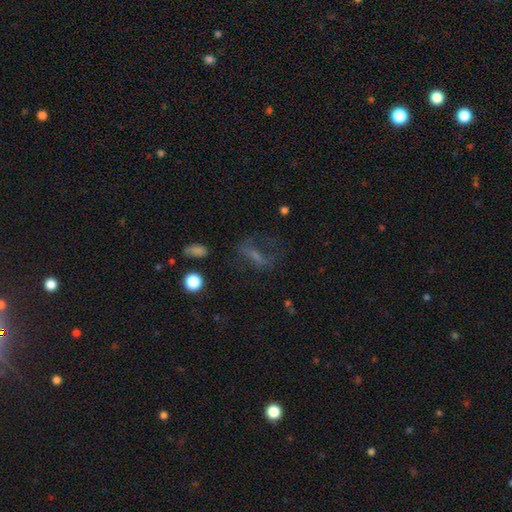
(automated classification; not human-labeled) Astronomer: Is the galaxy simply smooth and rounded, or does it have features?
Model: smooth — 39% (runner-up: featured or disk, 37%).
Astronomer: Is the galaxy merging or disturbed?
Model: none — 50% (runner-up: major disturbance, 29%).